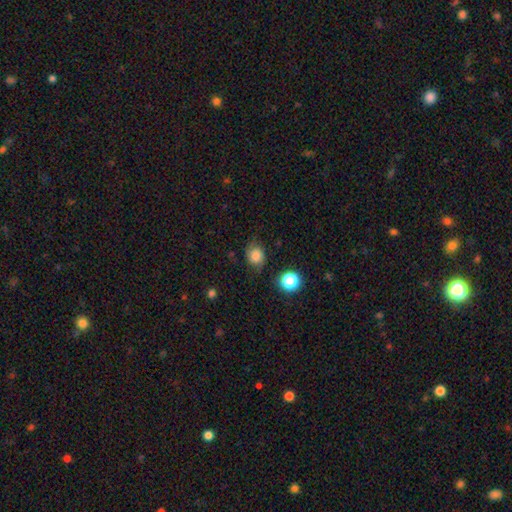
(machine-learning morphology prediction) smooth 76%, star or artifact 12%, featured or disk 12%. Down the decision tree: how rounded — round (65%); merging — none (70%).